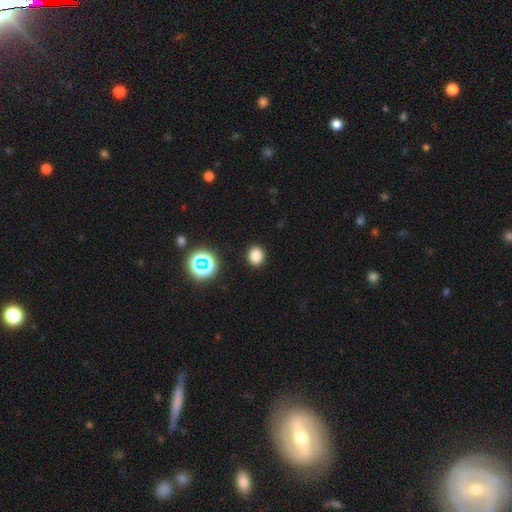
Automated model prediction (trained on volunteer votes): A smooth galaxy with no disk features (80%) that is round (68%). Merging: none (90%).